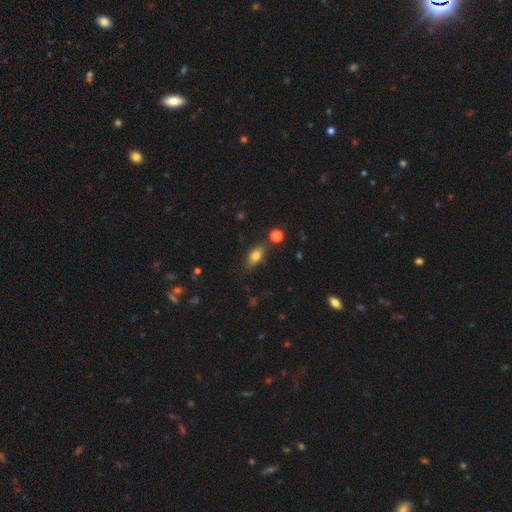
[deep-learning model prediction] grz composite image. It shows a smooth galaxy with no disk features (81%) that is in between round and cigar-shaped (85%). Merging: none (78%).